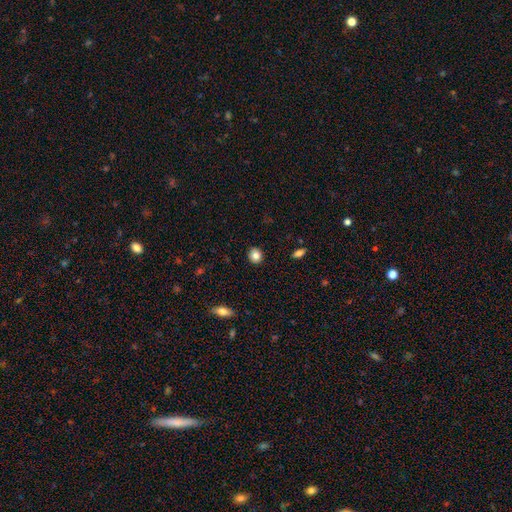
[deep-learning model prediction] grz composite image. It shows a smooth galaxy with no disk features (84%) that is round (76%). Merging: none (90%).